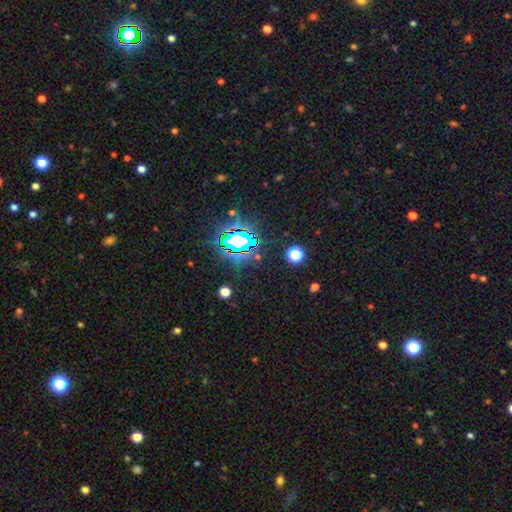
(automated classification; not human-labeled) A star or artifact, not a galaxy (77%).

Vote fractions:
- Smooth or featured? star or artifact: 77% / smooth: 14% / featured or disk: 9%